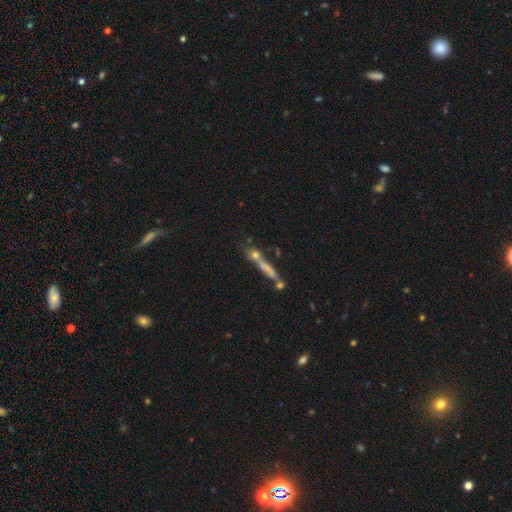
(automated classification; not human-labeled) smooth_or_featured: smooth (p=0.43) [alt: featured or disk p=0.39]
merging: none (p=0.50) [alt: merger p=0.26]